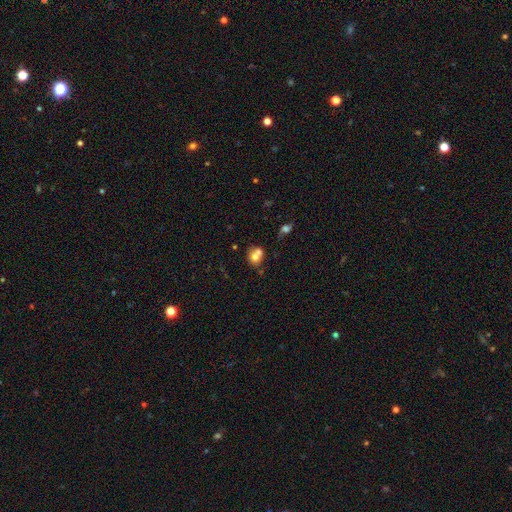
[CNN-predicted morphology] type=smooth (70%); roundness=round (71%); merging=merger (51%).